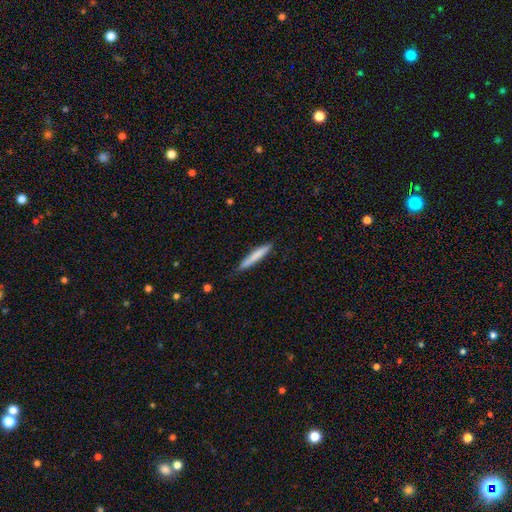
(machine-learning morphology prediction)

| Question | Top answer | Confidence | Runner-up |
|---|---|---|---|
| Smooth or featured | smooth | 75% | featured or disk (20%) |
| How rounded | cigar-shaped | 95% | in between (4%) |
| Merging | none | 82% | minor disturbance (14%) |